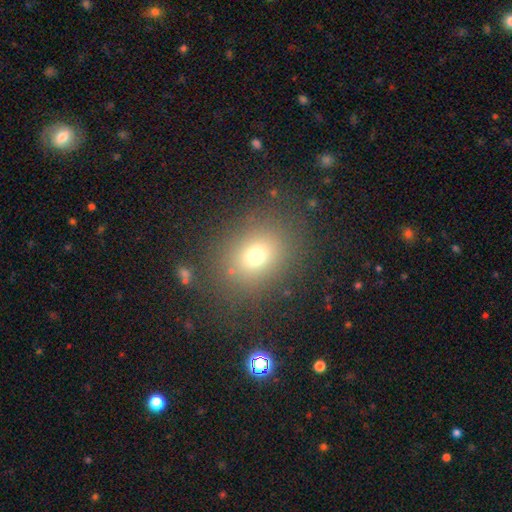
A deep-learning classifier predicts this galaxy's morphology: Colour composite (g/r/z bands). It shows a smooth galaxy with no disk features (71%) that is round (52%). Merging: none (82%).